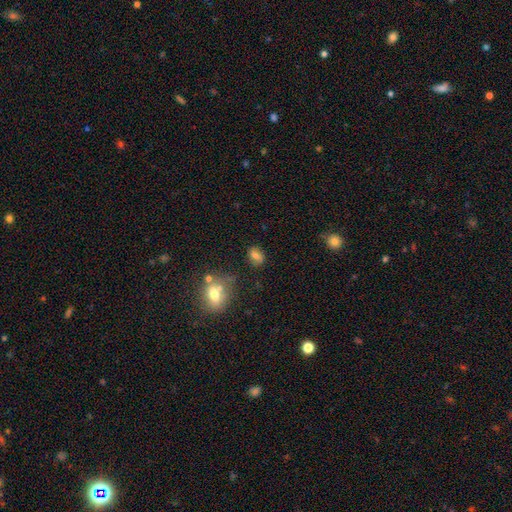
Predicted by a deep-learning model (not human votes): Morphology: type=smooth (66%); roundness=in between (72%); merging=none (73%).